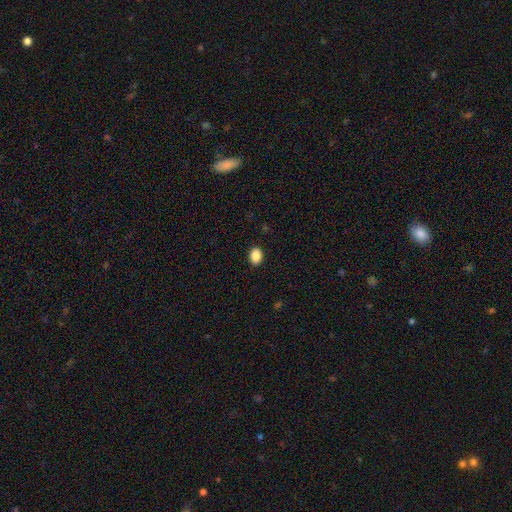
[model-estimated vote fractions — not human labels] Smooth or featured: smooth — 88% (star or artifact — 9%)
How rounded: in between — 68% (round — 31%)
Merging: none — 90% (minor disturbance — 7%)